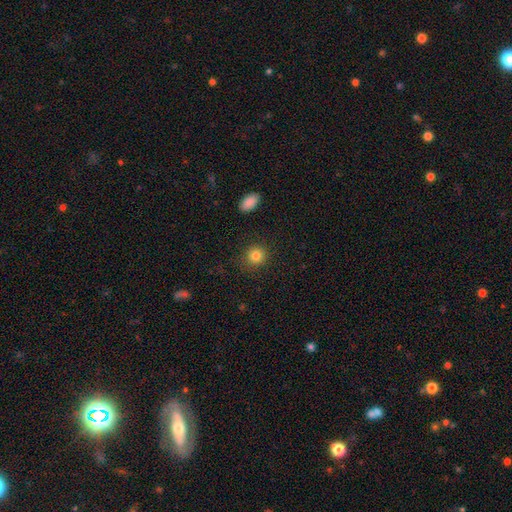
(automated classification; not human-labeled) A smooth galaxy with no disk features (85%) that is round (88%). Merging: none (87%).